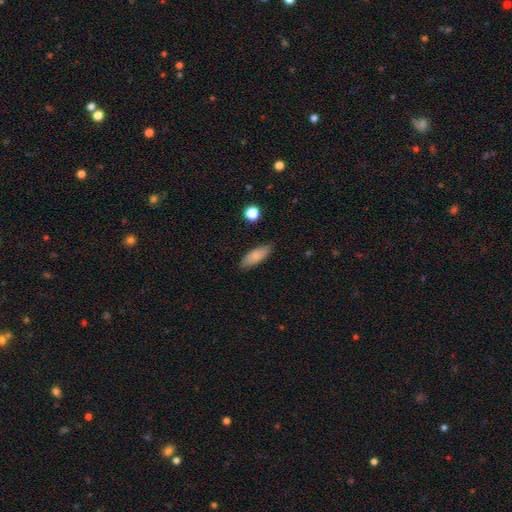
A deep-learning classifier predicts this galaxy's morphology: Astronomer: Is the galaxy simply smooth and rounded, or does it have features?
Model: smooth — 80%.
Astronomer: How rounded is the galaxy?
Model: in between — 70%.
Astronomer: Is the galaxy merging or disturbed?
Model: none — 81%.